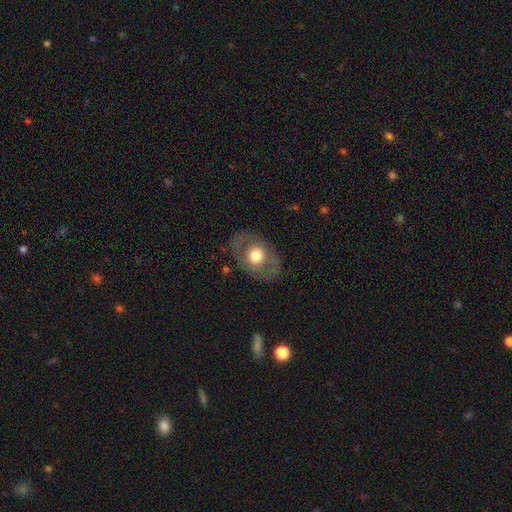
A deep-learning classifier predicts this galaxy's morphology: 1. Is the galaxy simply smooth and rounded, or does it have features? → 50% smooth, 43% featured or disk, 6% star or artifact.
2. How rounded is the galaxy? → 61% in between, 37% round, 1% cigar-shaped.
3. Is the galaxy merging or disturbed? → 79% none, 12% minor disturbance, 7% major disturbance, 1% merger.